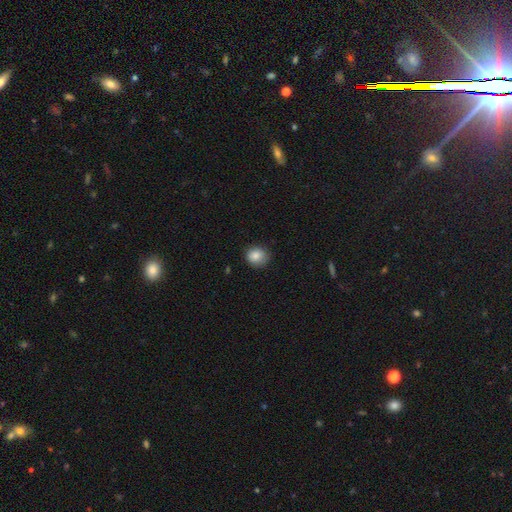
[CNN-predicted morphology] The model was most divided on "how rounded": round: 79%, in between: 20%, cigar-shaped: 1%. More confident: smooth or featured — smooth (85%); merging — none (81%).